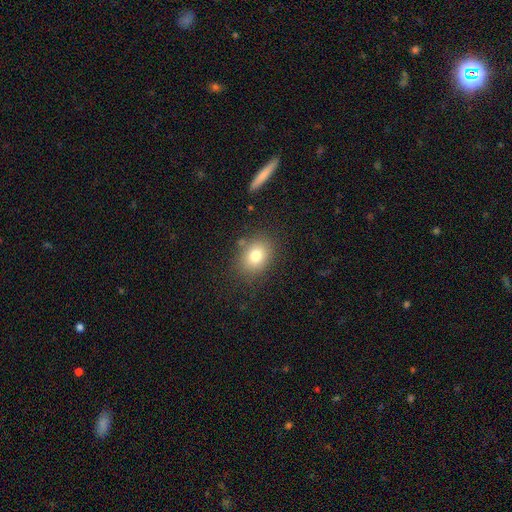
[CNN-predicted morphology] Smooth or featured? Predicted: smooth (p=0.78). How rounded? Predicted: in between (p=0.57). Merging? Predicted: none (p=0.80).